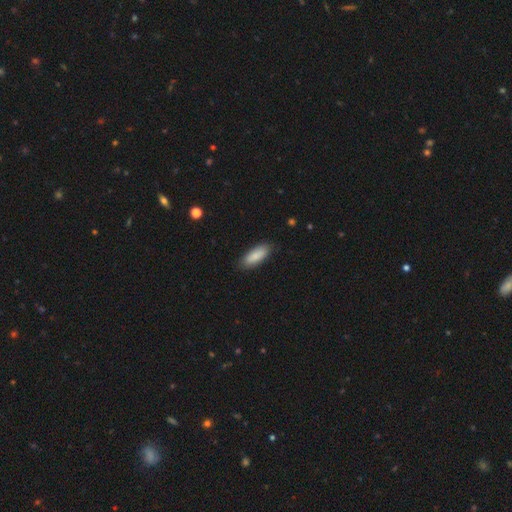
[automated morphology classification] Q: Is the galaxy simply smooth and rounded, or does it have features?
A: smooth — 88%.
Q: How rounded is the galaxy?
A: in between — 70%.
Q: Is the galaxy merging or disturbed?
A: none — 87%.